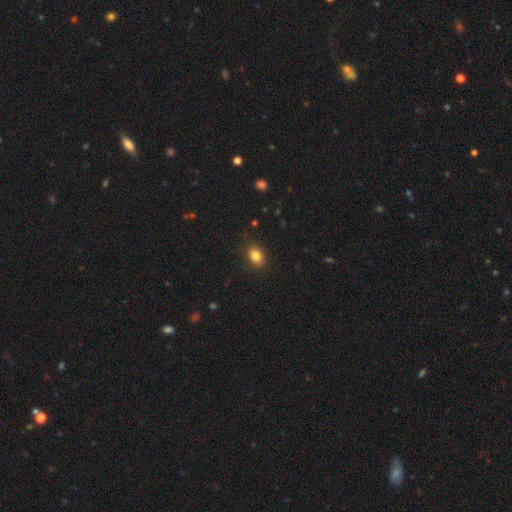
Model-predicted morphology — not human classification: smooth_or_featured: smooth (p=0.84) [alt: star or artifact p=0.10]
how_rounded: in between (p=0.72) [alt: round p=0.27]
merging: none (p=0.87) [alt: minor disturbance p=0.10]